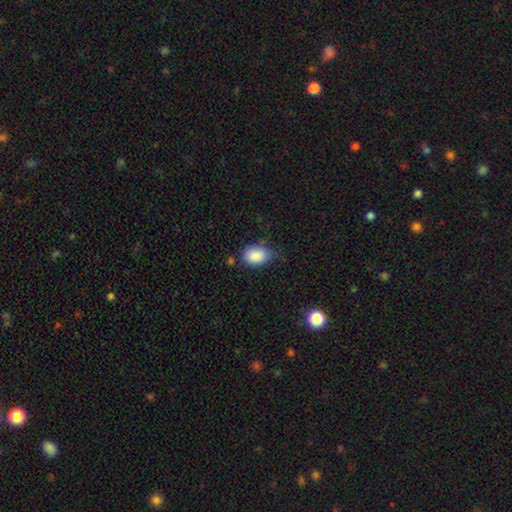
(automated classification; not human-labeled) Smooth or featured: smooth — 87% (star or artifact — 8%)
How rounded: in between — 82% (round — 17%)
Merging: none — 53% (minor disturbance — 35%)